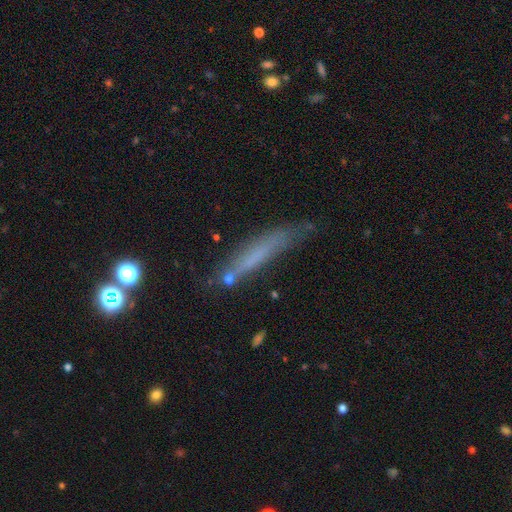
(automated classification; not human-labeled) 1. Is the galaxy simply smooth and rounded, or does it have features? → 57% smooth, 34% featured or disk, 10% star or artifact.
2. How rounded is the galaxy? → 91% cigar-shaped, 7% in between, 2% round.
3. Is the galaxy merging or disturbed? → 67% none, 21% minor disturbance, 7% major disturbance, 5% merger.